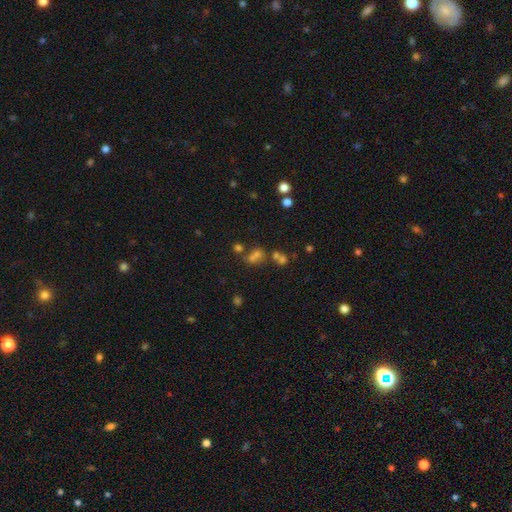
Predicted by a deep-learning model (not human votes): A smooth galaxy with no disk features (43%).

Vote fractions:
- Smooth or featured? smooth: 43% / star or artifact: 40% / featured or disk: 16%
- Merging? none: 46% / merger: 34% / minor disturbance: 11% / major disturbance: 10%